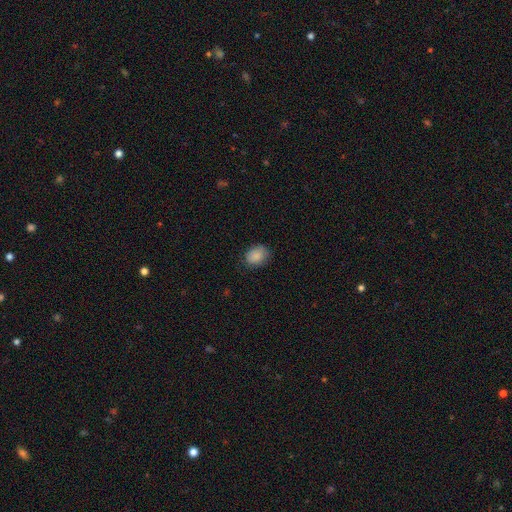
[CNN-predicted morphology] Smooth or featured? Predicted: smooth (p=0.87). How rounded? Predicted: in between (p=0.61). Merging? Predicted: none (p=0.77).